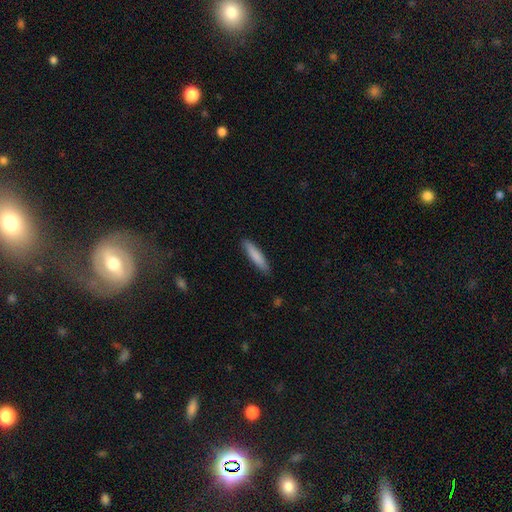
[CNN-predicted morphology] Smooth or featured? smooth (83%)
How rounded? cigar-shaped (86%)
Merging? none (88%)